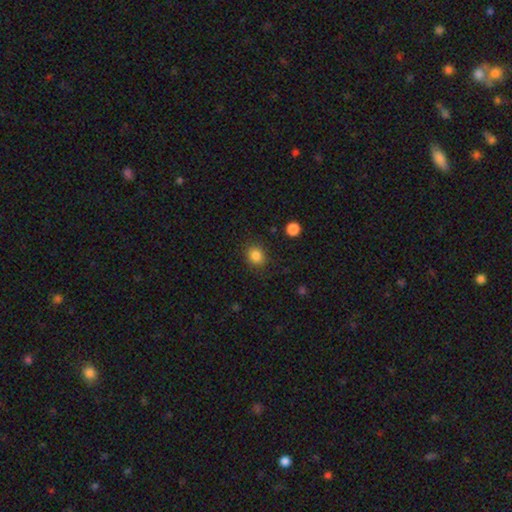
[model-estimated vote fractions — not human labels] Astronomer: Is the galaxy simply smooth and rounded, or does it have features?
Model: smooth — 85%.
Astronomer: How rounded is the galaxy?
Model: round — 73%.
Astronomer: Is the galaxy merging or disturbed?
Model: none — 86%.